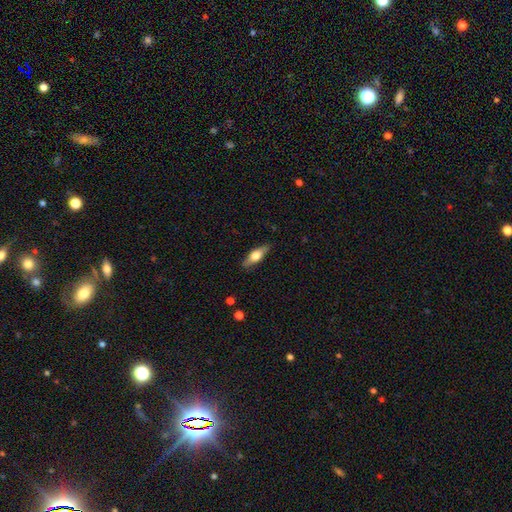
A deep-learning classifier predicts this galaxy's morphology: smooth 49%, featured or disk 45%, star or artifact 6%. Down the decision tree: merging — none (85%).